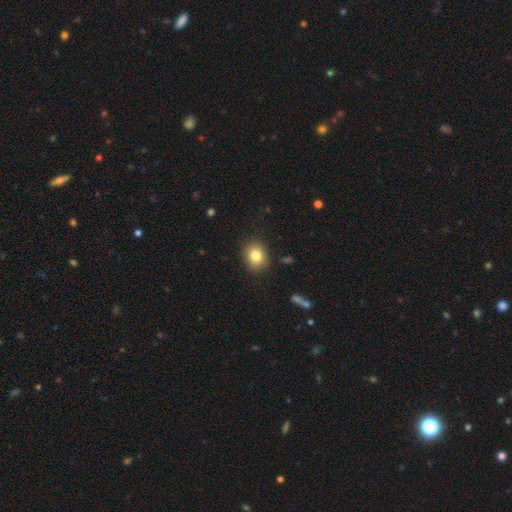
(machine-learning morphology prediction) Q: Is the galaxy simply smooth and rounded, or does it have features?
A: smooth — 82%.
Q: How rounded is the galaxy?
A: round — 56%.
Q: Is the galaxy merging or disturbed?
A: none — 87%.